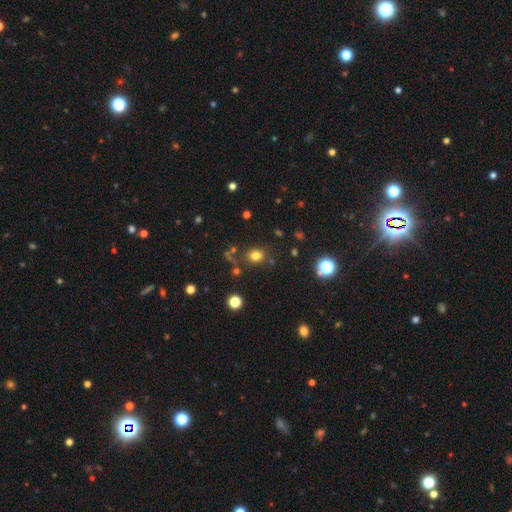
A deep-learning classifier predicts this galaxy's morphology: A smooth galaxy with no disk features (75%) that is round (66%).

Vote fractions:
- Smooth or featured? smooth: 75% / star or artifact: 18% / featured or disk: 7%
- How rounded? round: 66% / in between: 33% / cigar-shaped: 1%
- Merging? none: 78% / minor disturbance: 11% / merger: 7% / major disturbance: 5%